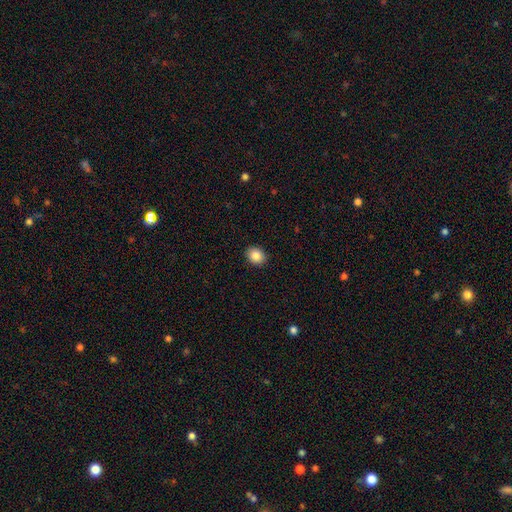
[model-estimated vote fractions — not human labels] Morphology: type=smooth (86%); roundness=round (54%); merging=none (91%).